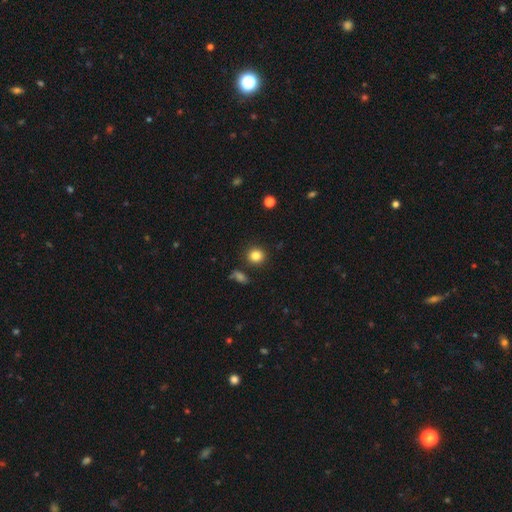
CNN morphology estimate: A smooth galaxy with no disk features (84%) that is round (88%). Merging: none (87%).